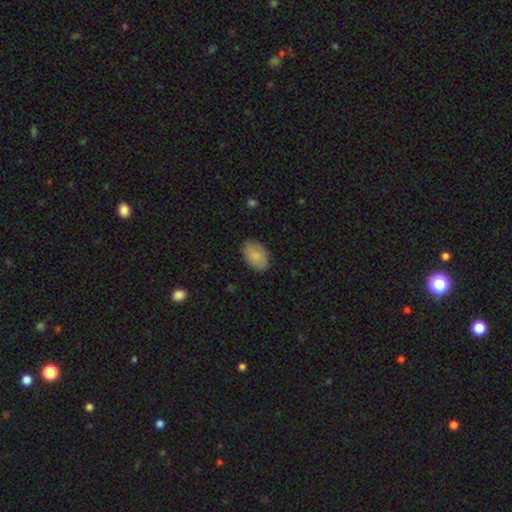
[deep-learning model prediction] A smooth galaxy with no disk features (84%) that is in between round and cigar-shaped (90%).

Vote fractions:
- Smooth or featured? smooth: 84% / featured or disk: 9% / star or artifact: 6%
- How rounded? in between: 90% / round: 9% / cigar-shaped: 1%
- Merging? none: 85% / minor disturbance: 12% / major disturbance: 3% / merger: 1%